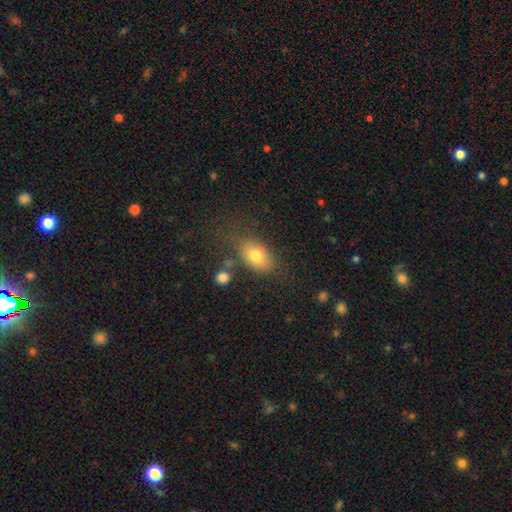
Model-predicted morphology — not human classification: Smooth or featured: smooth — 76% (featured or disk — 15%)
How rounded: in between — 84% (round — 13%)
Merging: none — 67% (minor disturbance — 18%)